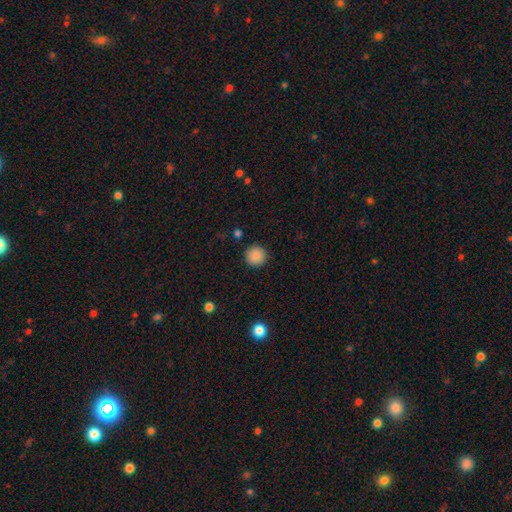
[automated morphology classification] This is clearly a smooth galaxy (87%). How rounded: clearly round (96%). Merging: clearly none (92%).